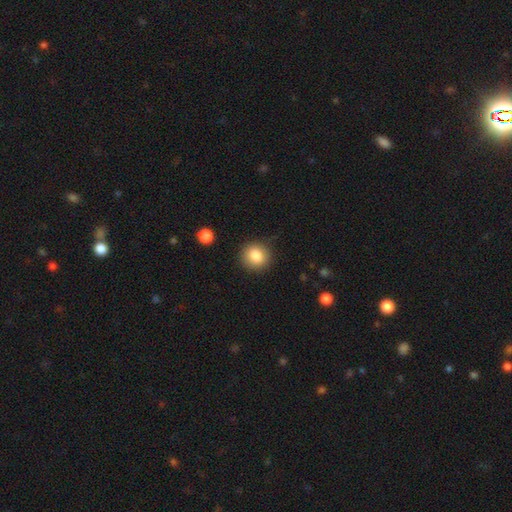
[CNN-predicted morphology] Q: Smooth or featured?
A: smooth (85%); runner-up: star or artifact (9%)
Q: How rounded?
A: round (88%); runner-up: in between (11%)
Q: Merging?
A: none (86%); runner-up: minor disturbance (9%)